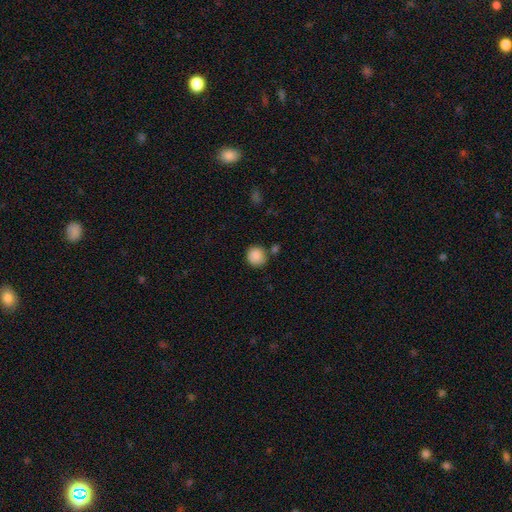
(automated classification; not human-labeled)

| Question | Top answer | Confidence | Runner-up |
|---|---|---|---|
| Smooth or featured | smooth | 88% | star or artifact (9%) |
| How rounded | round | 91% | in between (8%) |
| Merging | none | 77% | minor disturbance (11%) |